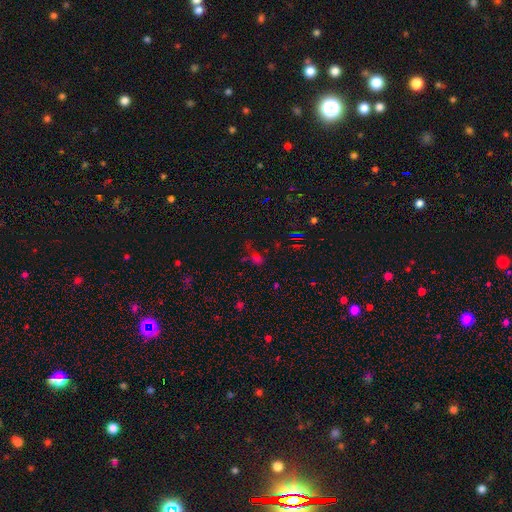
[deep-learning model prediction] star or artifact 58%, smooth 30%, featured or disk 12%.